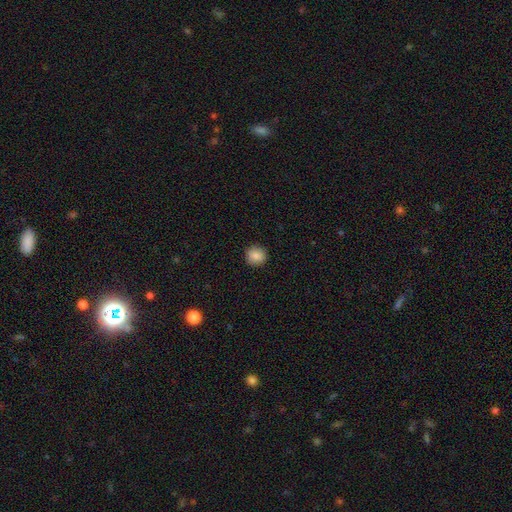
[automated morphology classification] A smooth galaxy with no disk features (87%) that is round (92%).

Vote fractions:
- Smooth or featured? smooth: 87% / star or artifact: 9% / featured or disk: 4%
- How rounded? round: 92% / in between: 7% / cigar-shaped: 1%
- Merging? none: 92% / minor disturbance: 5% / major disturbance: 2% / merger: 1%